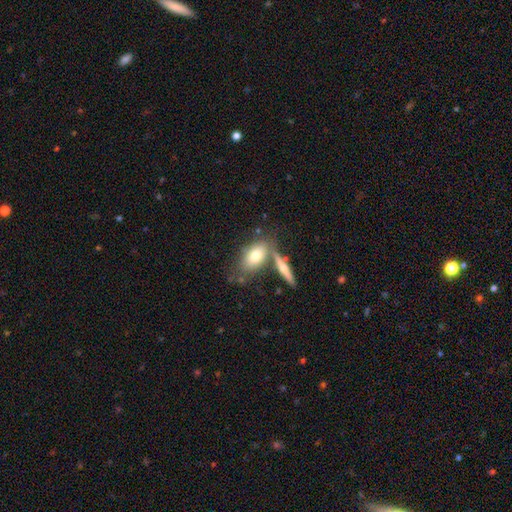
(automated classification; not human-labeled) smooth_or_featured: smooth (p=0.70) [alt: featured or disk p=0.23]
how_rounded: in between (p=0.84) [alt: round p=0.08]
merging: none (p=0.56) [alt: merger p=0.26]